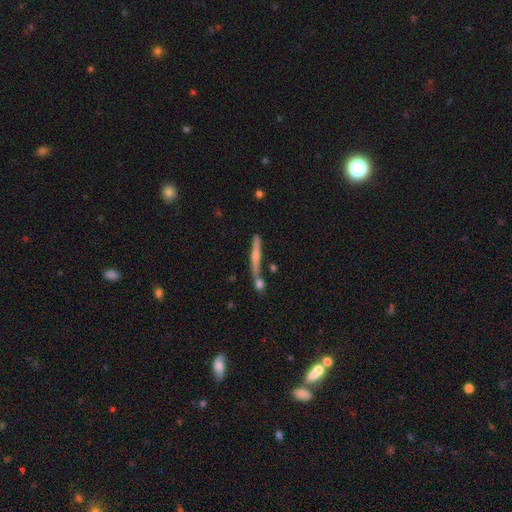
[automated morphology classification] Overall: featured or disk (54%; smooth 38%). Edge-on disk: yes (94%). Edge-on bulge: rounded (57%; none 32%). Merging: none (61%).